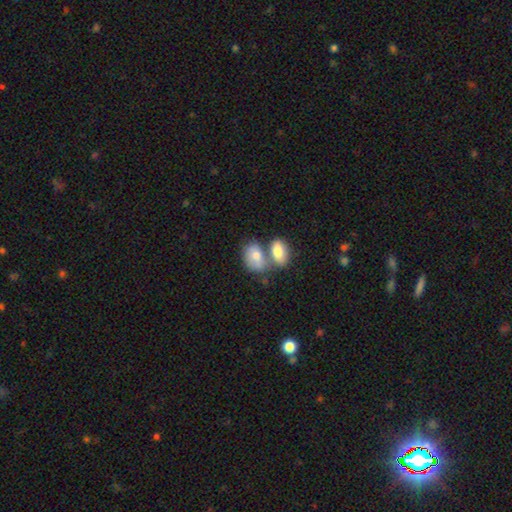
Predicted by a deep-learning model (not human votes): A smooth galaxy with no disk features (77%) that is in between round and cigar-shaped (86%). Merging: merger (58%).